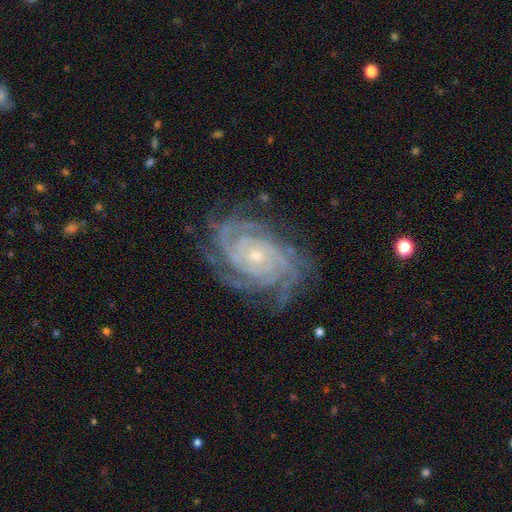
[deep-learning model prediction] Smooth or featured? featured or disk (91%)
Edge-on disk? no (97%)
Bar? no (74%)
Spiral arms? yes (98%)
Spiral winding? tight (81%)
Spiral arm count? 4 (27%)
Bulge size? small (73%)
Merging? none (75%)